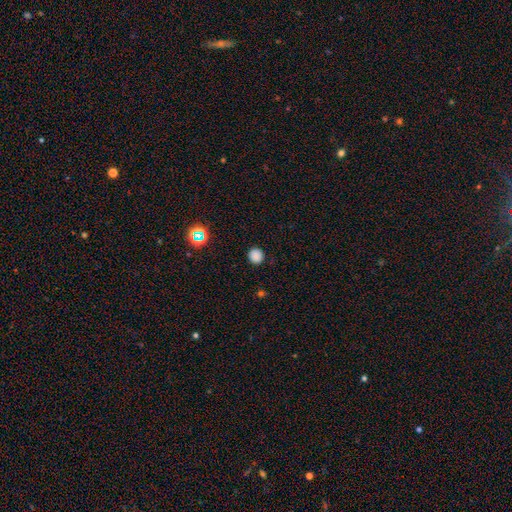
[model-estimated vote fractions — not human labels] Smooth or featured? smooth (82%)
How rounded? round (89%)
Merging? none (90%)